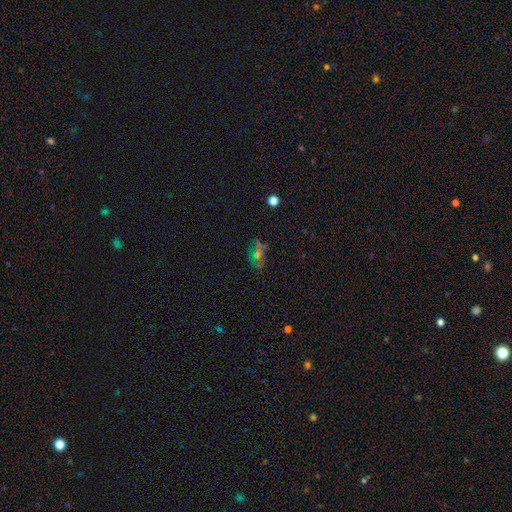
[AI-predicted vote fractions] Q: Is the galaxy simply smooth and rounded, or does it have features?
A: smooth — 36%.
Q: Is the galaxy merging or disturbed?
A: none — 68%.